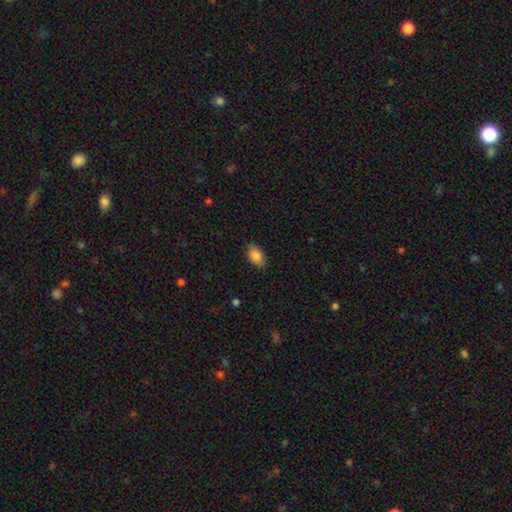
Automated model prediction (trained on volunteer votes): smooth_or_featured: smooth (p=0.87) [alt: star or artifact p=0.07]
how_rounded: in between (p=0.93) [alt: round p=0.05]
merging: none (p=0.86) [alt: minor disturbance p=0.11]